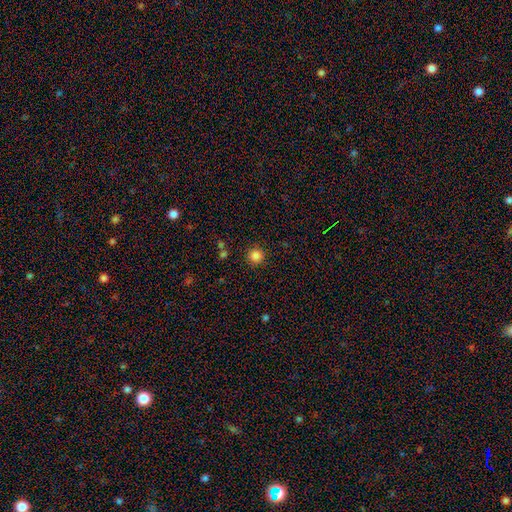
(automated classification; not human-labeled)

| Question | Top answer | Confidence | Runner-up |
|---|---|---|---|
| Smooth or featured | smooth | 84% | star or artifact (12%) |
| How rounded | round | 94% | in between (5%) |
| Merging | none | 89% | minor disturbance (7%) |